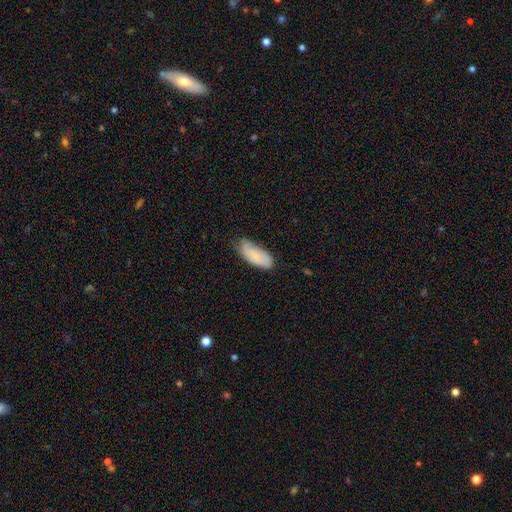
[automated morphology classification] Smooth or featured? Predicted: smooth (p=0.75). How rounded? Predicted: in between (p=0.85). Merging? Predicted: none (p=0.56).